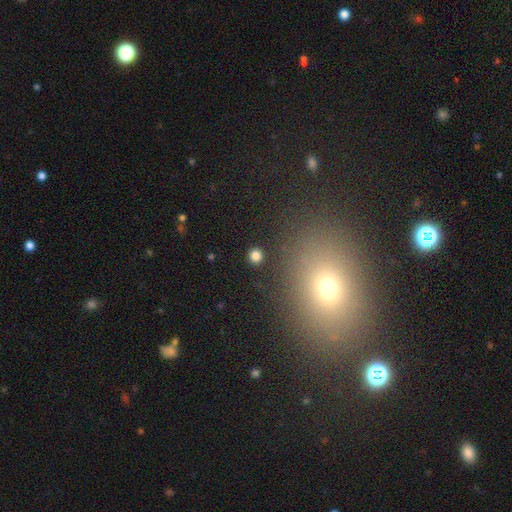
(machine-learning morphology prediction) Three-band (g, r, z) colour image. It shows a smooth galaxy with no disk features (82%) that is round (91%). Merging: none (91%).